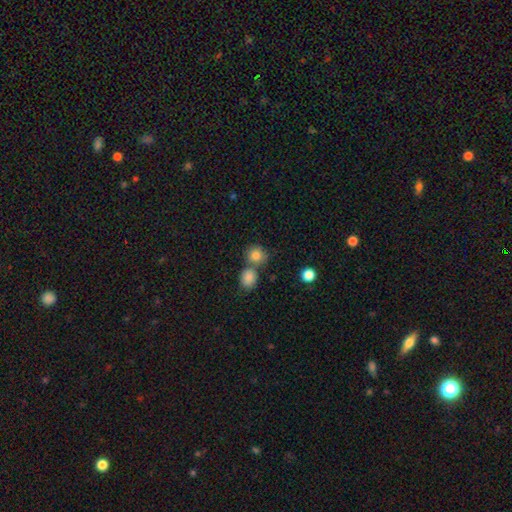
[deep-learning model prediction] This appears to be a smooth galaxy with no disk features (82%) that is round (82%). Merging: none (53%).